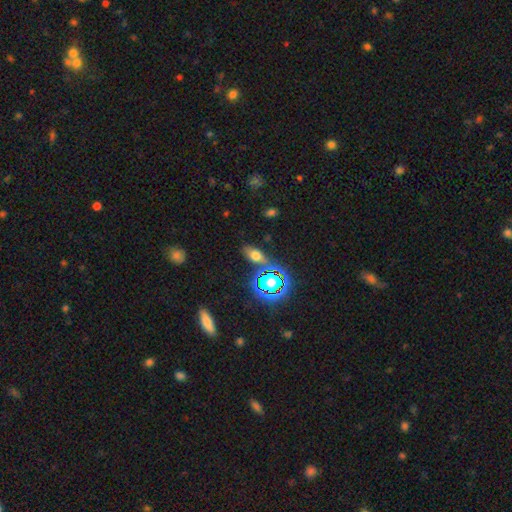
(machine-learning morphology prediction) smooth-or-featured: smooth: 56% | star or artifact: 28% | featured or disk: 16%
  how-rounded: in between: 75% | cigar-shaped: 14% | round: 10%
  merging: none: 77% | minor disturbance: 13% | merger: 6% | major disturbance: 4%